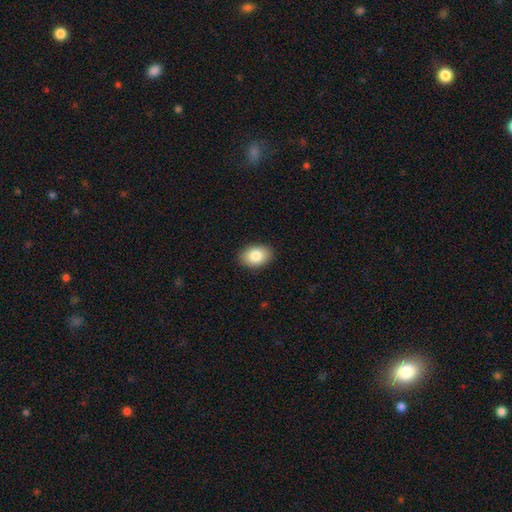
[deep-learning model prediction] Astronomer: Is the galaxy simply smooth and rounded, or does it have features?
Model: smooth — 85%.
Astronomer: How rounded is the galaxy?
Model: in between — 81%.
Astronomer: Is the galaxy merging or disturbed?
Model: none — 90%.